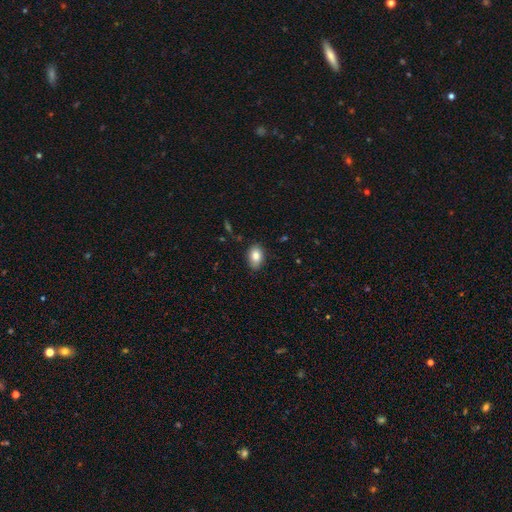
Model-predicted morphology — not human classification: This appears to be a smooth galaxy with no disk features (83%) that is in between round and cigar-shaped (85%). Merging: none (84%).